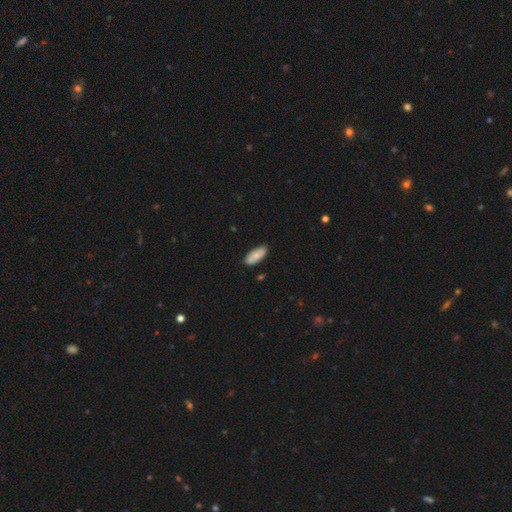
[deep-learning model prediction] Q: Smooth or featured?
A: smooth (85%); runner-up: featured or disk (9%)
Q: How rounded?
A: in between (80%); runner-up: cigar-shaped (18%)
Q: Merging?
A: none (83%); runner-up: minor disturbance (13%)